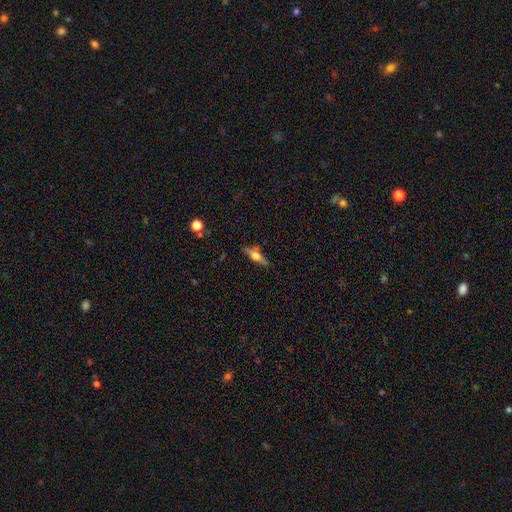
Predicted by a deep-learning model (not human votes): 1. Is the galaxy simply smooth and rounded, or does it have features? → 52% featured or disk, 40% smooth, 8% star or artifact.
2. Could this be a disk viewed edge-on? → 92% yes, 8% no.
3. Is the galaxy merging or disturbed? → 78% none, 15% minor disturbance, 4% major disturbance, 3% merger.